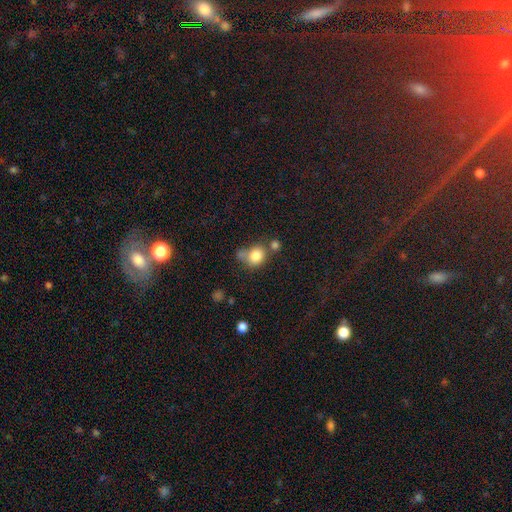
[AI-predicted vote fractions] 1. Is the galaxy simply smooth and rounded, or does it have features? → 80% smooth, 11% star or artifact, 9% featured or disk.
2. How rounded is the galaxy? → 62% round, 37% in between, 1% cigar-shaped.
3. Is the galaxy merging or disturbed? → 44% none, 28% merger, 19% minor disturbance, 8% major disturbance.